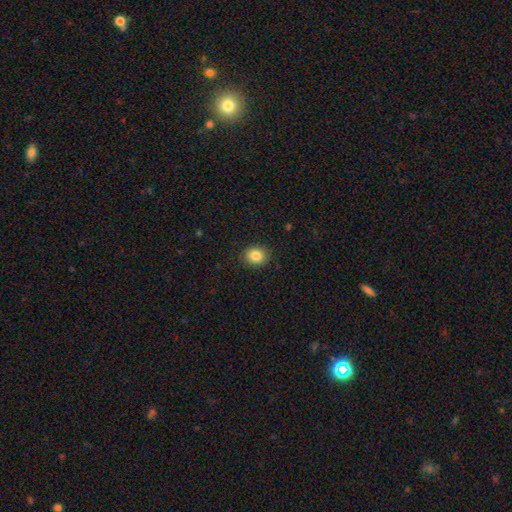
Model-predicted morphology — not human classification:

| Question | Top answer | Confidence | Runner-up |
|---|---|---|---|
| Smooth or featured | smooth | 85% | star or artifact (10%) |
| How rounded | round | 69% | in between (30%) |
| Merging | none | 89% | minor disturbance (8%) |